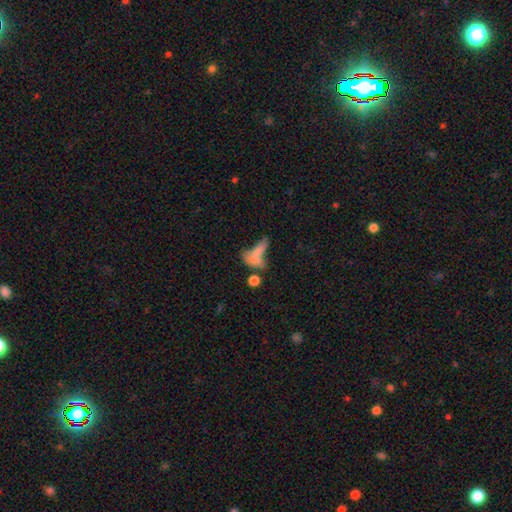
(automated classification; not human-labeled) Smooth or featured?
  - smooth: 63% *
  - featured or disk: 23%
  - star or artifact: 14%
How rounded?
  - in between: 64% *
  - cigar-shaped: 22%
  - round: 14%
Merging?
  - merger: 46% *
  - none: 25%
  - major disturbance: 17%
  - minor disturbance: 12%